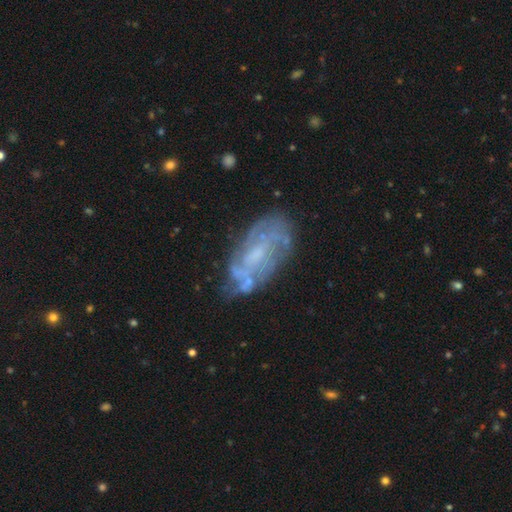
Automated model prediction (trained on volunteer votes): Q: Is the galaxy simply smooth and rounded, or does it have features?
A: featured or disk — 74%.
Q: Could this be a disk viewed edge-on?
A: no — 94%.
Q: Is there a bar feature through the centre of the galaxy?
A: no — 48%.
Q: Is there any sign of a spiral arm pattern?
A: yes — 71%.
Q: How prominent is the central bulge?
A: small — 48%.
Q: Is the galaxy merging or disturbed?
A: none — 63%.